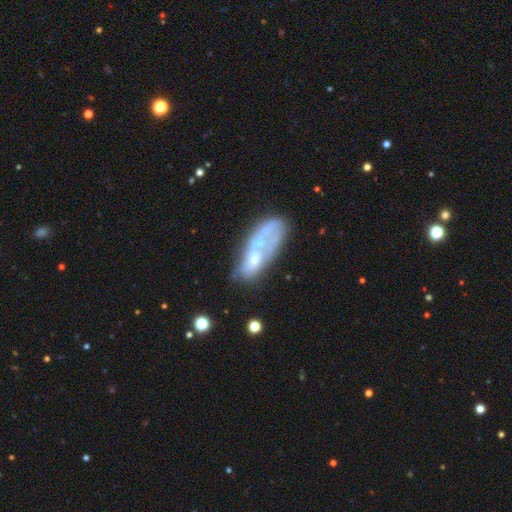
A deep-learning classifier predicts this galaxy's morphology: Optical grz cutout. It shows a featured or disk galaxy (54%). Merging: none (29%).